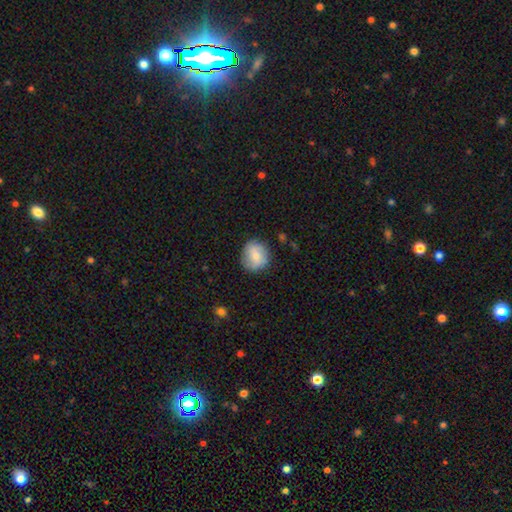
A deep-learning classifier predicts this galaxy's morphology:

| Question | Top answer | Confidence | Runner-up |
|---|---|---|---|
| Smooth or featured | smooth | 71% | featured or disk (22%) |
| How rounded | round | 81% | in between (18%) |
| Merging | none | 80% | minor disturbance (15%) |